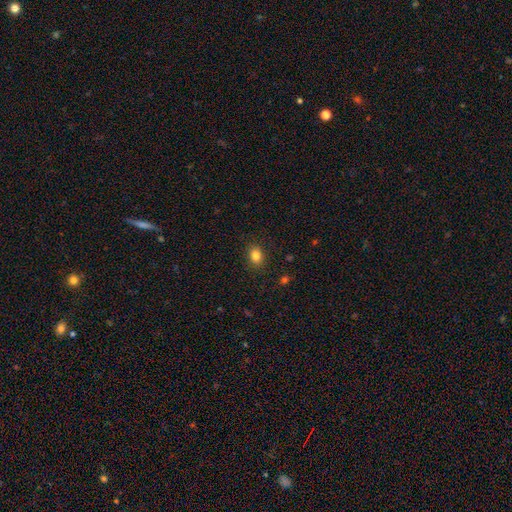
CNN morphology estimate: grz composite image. It shows a smooth galaxy with no disk features (83%) that is in between round and cigar-shaped (65%). Merging: none (88%).